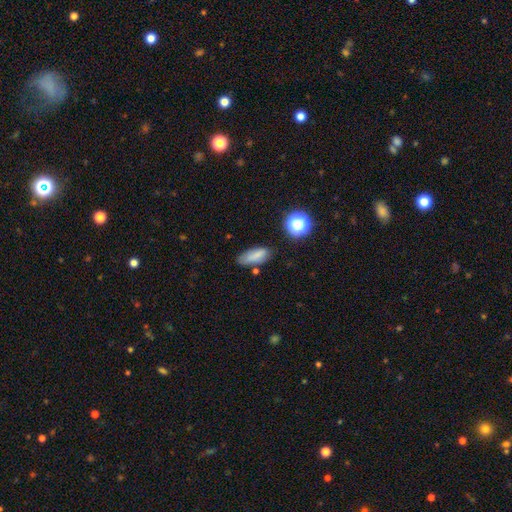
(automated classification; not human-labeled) Smooth or featured? smooth (78%)
How rounded? in between (72%)
Merging? none (67%)